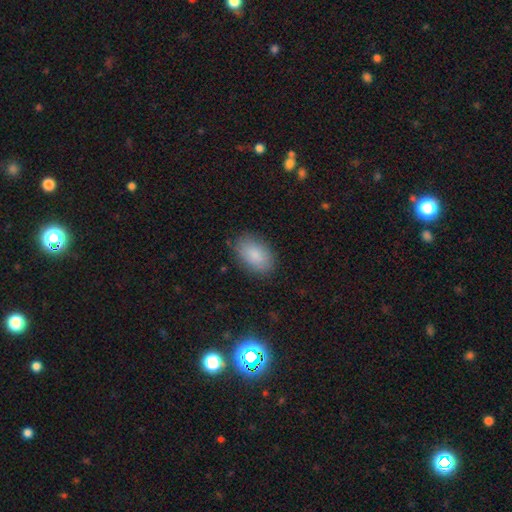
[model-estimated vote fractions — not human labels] This appears to be a smooth galaxy with no disk features (86%) that is in between round and cigar-shaped (91%). Merging: none (84%).